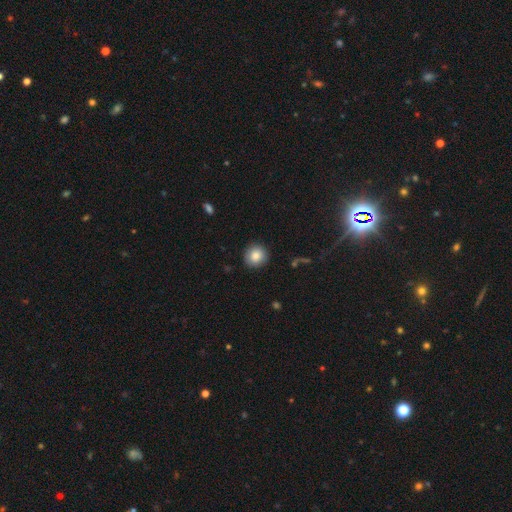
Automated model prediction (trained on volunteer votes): This is clearly a smooth galaxy (84%). How rounded: clearly round (92%). Merging: clearly none (90%).